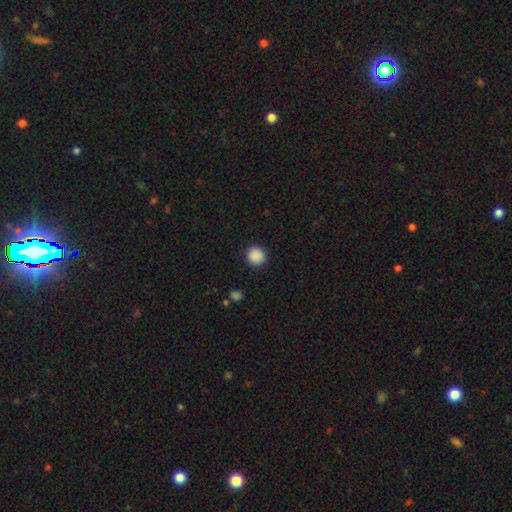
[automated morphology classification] Smooth or featured? Predicted: smooth (p=0.89). How rounded? Predicted: round (p=0.94). Merging? Predicted: none (p=0.92).